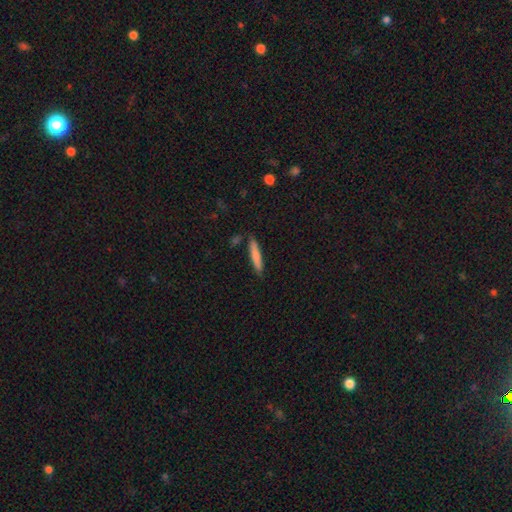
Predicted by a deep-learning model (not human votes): smooth_or_featured: smooth (p=0.78) [alt: featured or disk p=0.16]
how_rounded: cigar-shaped (p=0.92) [alt: in between p=0.07]
merging: none (p=0.86) [alt: minor disturbance p=0.10]